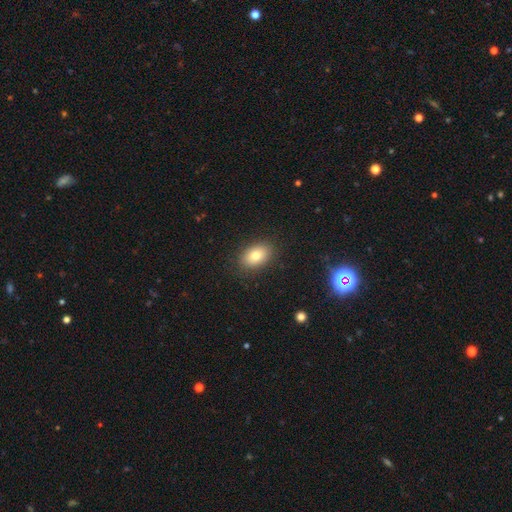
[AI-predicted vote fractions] This is likely a smooth galaxy (78%). How rounded: clearly in between (86%). Merging: clearly none (87%).